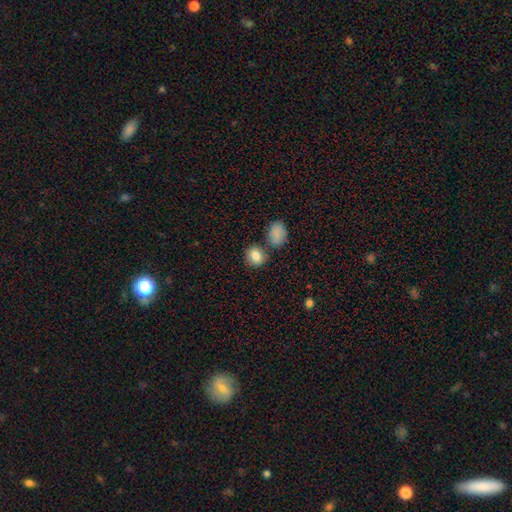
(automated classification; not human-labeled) smooth-or-featured: smooth: 84% | star or artifact: 9% | featured or disk: 7%
  how-rounded: round: 62% | in between: 37% | cigar-shaped: 1%
  merging: none: 71% | merger: 13% | minor disturbance: 12% | major disturbance: 3%